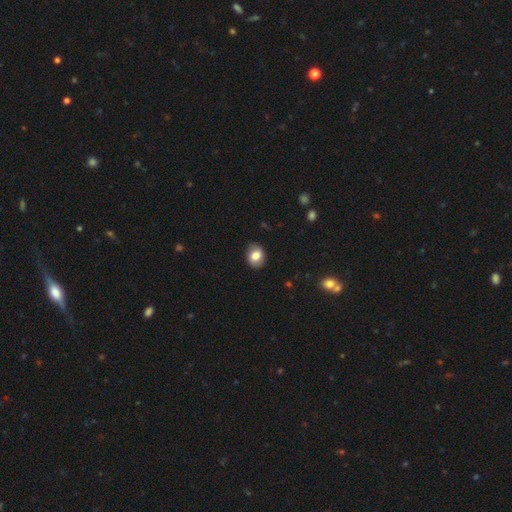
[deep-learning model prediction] This is likely a smooth galaxy (80%). How rounded: possibly in between (56%). Merging: clearly none (84%).